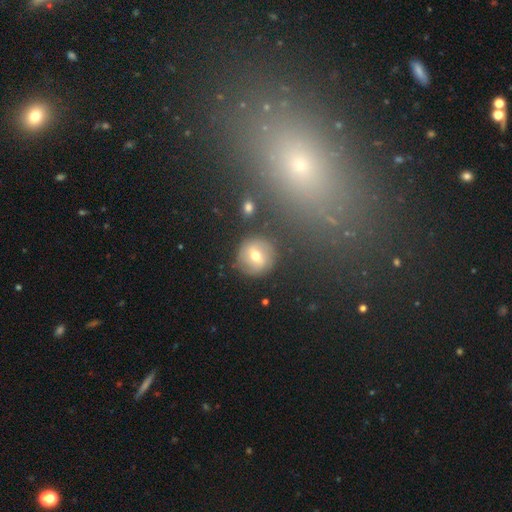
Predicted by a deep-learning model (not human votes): Overall: smooth (45%; featured or disk 43%). Merging: none (81%).